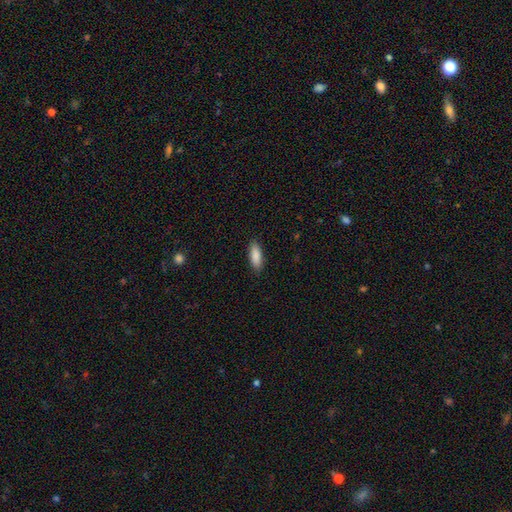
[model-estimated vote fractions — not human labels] Q: Smooth or featured?
A: smooth (88%); runner-up: star or artifact (6%)
Q: How rounded?
A: in between (65%); runner-up: cigar-shaped (33%)
Q: Merging?
A: none (88%); runner-up: minor disturbance (9%)